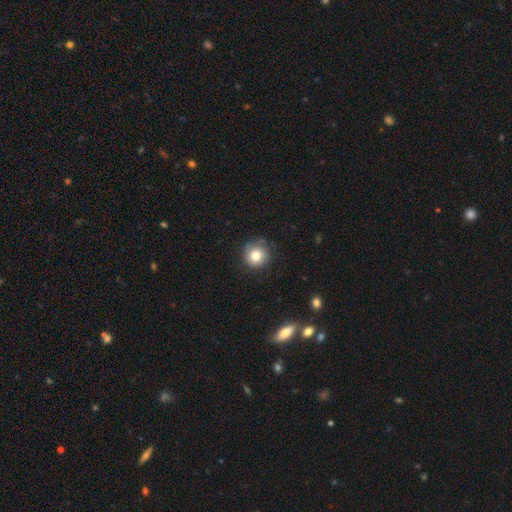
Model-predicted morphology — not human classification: Smooth or featured? Predicted: smooth (p=0.79). How rounded? Predicted: round (p=0.92). Merging? Predicted: none (p=0.73).